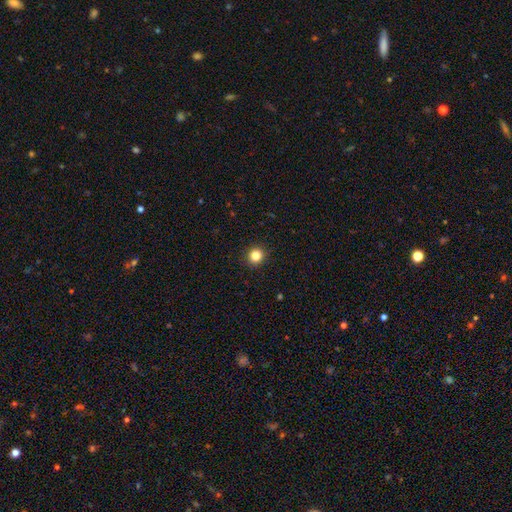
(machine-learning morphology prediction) smooth_or_featured: smooth (p=0.84) [alt: star or artifact p=0.12]
how_rounded: round (p=0.90) [alt: in between p=0.09]
merging: none (p=0.92) [alt: minor disturbance p=0.05]